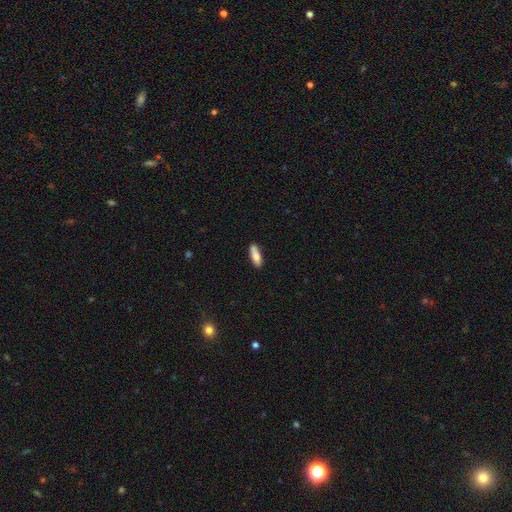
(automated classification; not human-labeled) This appears to be a smooth galaxy with no disk features (82%) that is in between round and cigar-shaped (50%). Merging: none (81%).